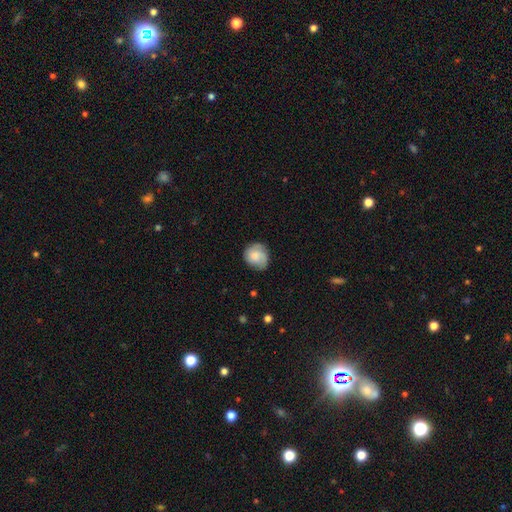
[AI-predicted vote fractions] Smooth or featured? Predicted: smooth (p=0.57). How rounded? Predicted: round (p=0.78). Merging? Predicted: none (p=0.70).